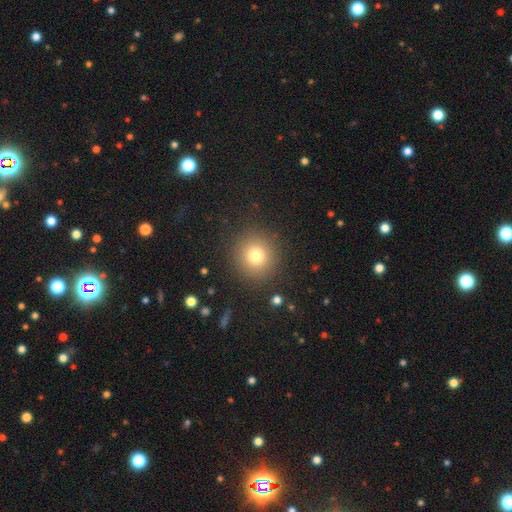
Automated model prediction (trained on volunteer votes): The model was most divided on "smooth or featured": smooth: 77%, star or artifact: 14%, featured or disk: 9%. More confident: how rounded — round (93%); merging — none (89%).